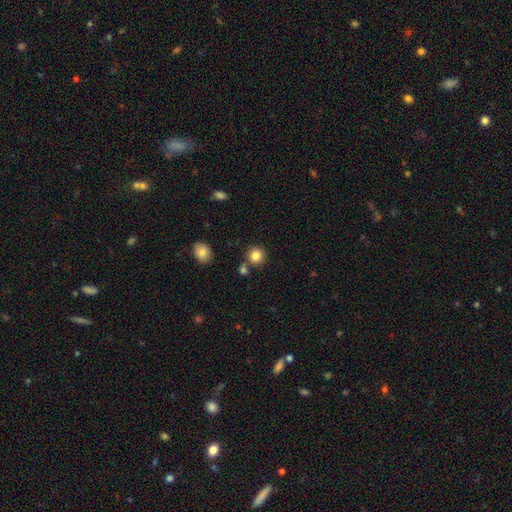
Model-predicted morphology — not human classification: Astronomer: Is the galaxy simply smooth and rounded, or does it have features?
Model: smooth — 84%.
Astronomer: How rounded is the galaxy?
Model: round — 91%.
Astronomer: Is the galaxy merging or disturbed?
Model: none — 78%.